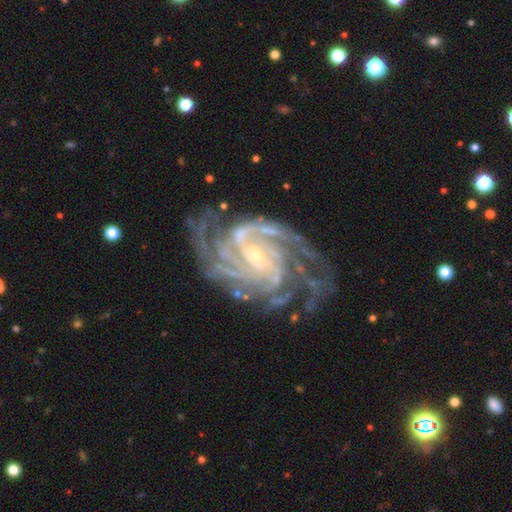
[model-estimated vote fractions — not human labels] This is clearly a featured or disk galaxy (92%). It is clearly not viewed edge-on (98%). Bar: possibly no (47%). Spiral arm pattern: clearly yes (98%). Spiral arm count: marginally 4 (31%). Spiral winding: likely tight (63%). Central bulge: clearly small (82%). Merging: likely none (70%).